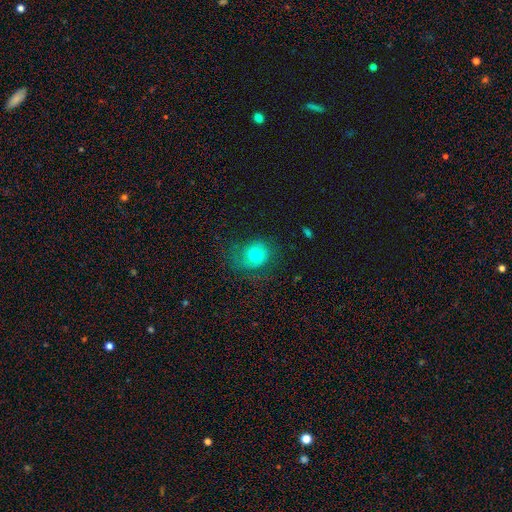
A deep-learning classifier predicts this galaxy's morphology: smooth_or_featured: smooth (p=0.67) [alt: featured or disk p=0.23]
how_rounded: round (p=0.69) [alt: in between p=0.30]
merging: none (p=0.55) [alt: minor disturbance p=0.23]